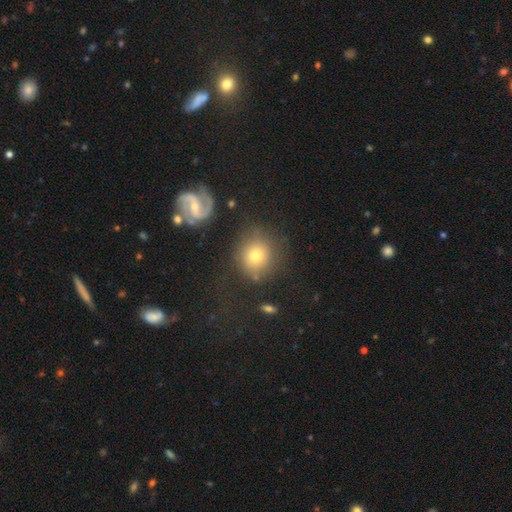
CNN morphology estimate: Smooth or featured: smooth — 62% (featured or disk — 25%)
How rounded: round — 88% (in between — 11%)
Merging: none — 76% (minor disturbance — 13%)